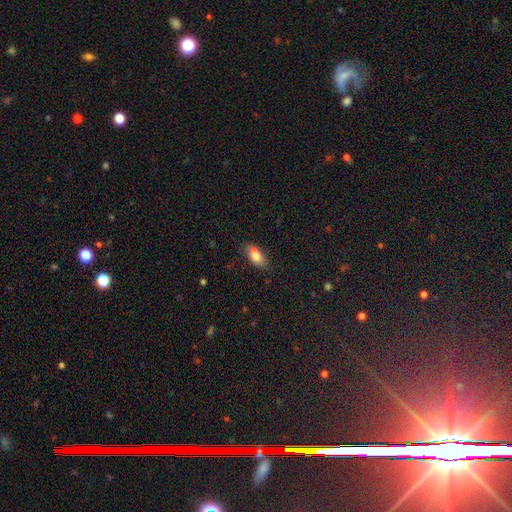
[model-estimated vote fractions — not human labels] A smooth galaxy with no disk features (82%) that is in between round and cigar-shaped (85%). Merging: none (78%).